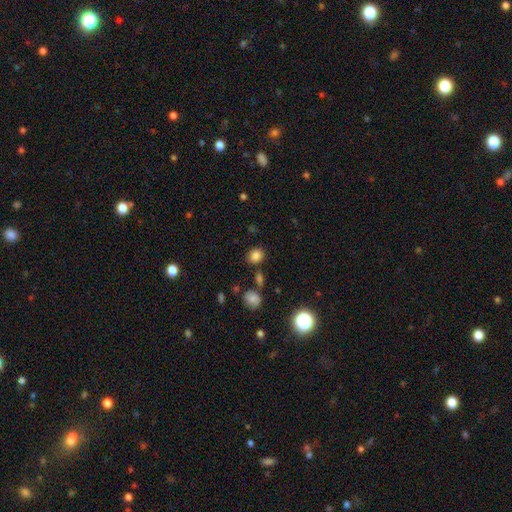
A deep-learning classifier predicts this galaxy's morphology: smooth 82%, star or artifact 12%, featured or disk 6%. Down the decision tree: how rounded — round (62%); merging — none (81%).